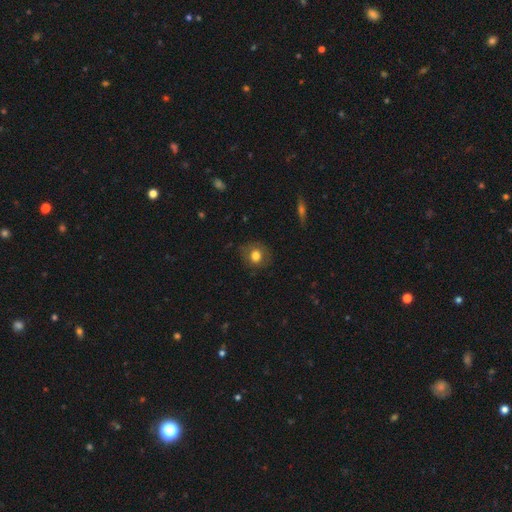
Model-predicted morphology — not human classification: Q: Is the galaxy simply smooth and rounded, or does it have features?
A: smooth — 74%.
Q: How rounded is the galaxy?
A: round — 78%.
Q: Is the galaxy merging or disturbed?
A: none — 77%.